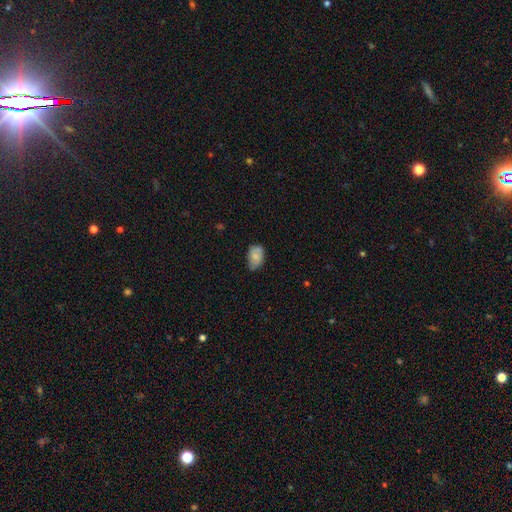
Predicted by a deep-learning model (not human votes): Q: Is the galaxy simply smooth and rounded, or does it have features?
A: smooth — 73%.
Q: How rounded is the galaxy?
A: in between — 85%.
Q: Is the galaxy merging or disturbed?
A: none — 56%.